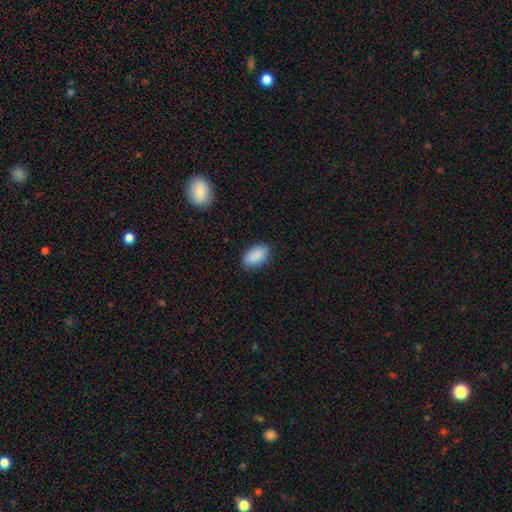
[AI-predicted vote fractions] smooth_or_featured: smooth (p=0.89) [alt: star or artifact p=0.06]
how_rounded: in between (p=0.93) [alt: round p=0.04]
merging: none (p=0.84) [alt: minor disturbance p=0.12]